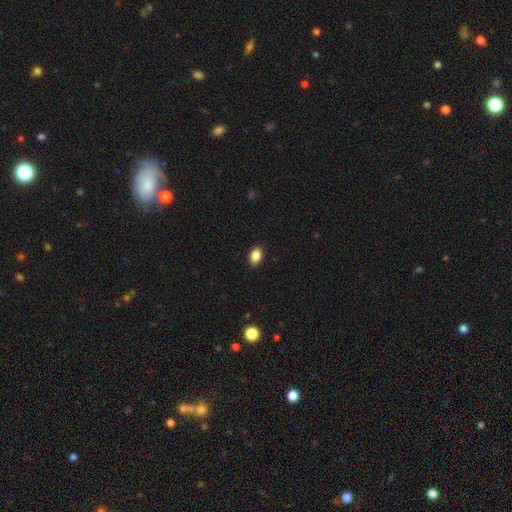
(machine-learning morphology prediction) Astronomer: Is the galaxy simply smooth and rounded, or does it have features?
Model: smooth — 87%.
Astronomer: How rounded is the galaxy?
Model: in between — 89%.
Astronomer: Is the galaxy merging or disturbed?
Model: none — 89%.